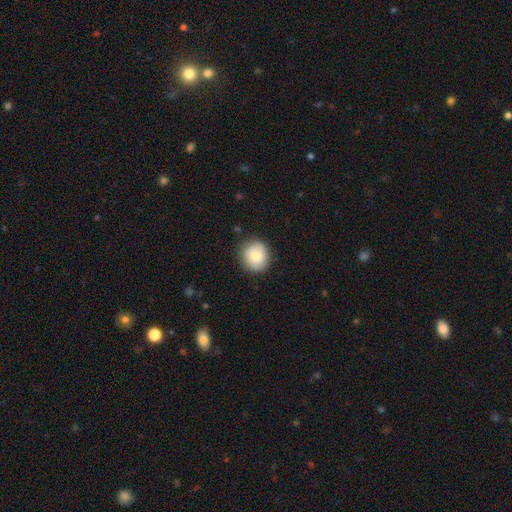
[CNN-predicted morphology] type=smooth (80%); roundness=round (83%); merging=none (86%).